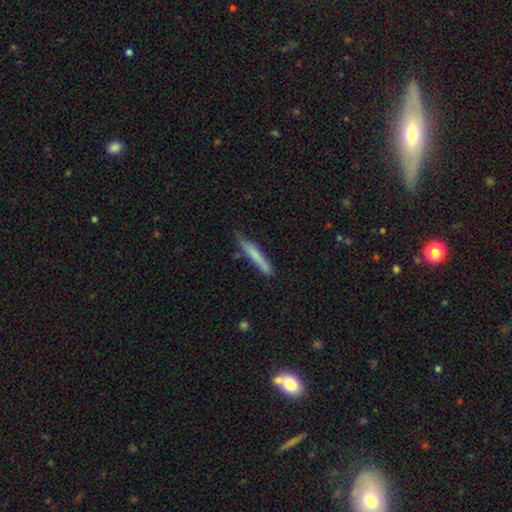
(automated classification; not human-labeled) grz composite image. It shows a smooth galaxy with no disk features (69%) that is cigar-shaped (94%). Merging: none (72%).